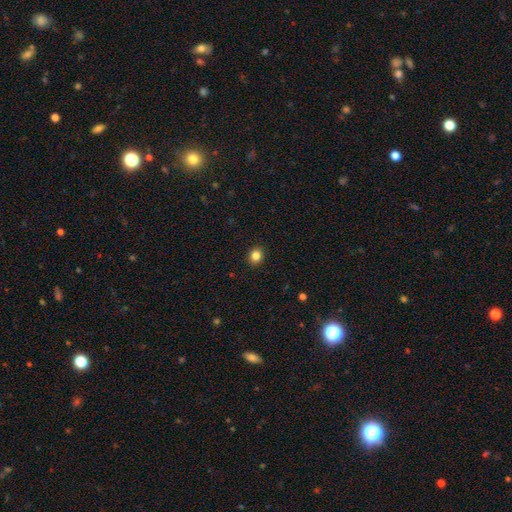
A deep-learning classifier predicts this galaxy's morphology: This appears to be a smooth galaxy with no disk features (84%) that is round (64%). Merging: none (91%).